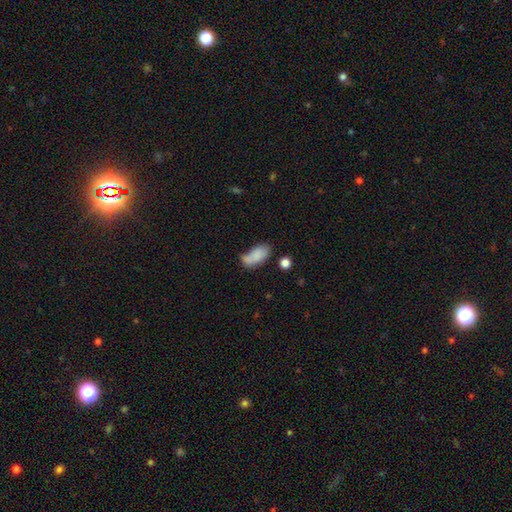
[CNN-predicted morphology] Smooth or featured?
  - smooth: 78% *
  - featured or disk: 13%
  - star or artifact: 9%
How rounded?
  - in between: 90% *
  - cigar-shaped: 6%
  - round: 4%
Merging?
  - none: 38% *
  - minor disturbance: 27%
  - merger: 21%
  - major disturbance: 14%